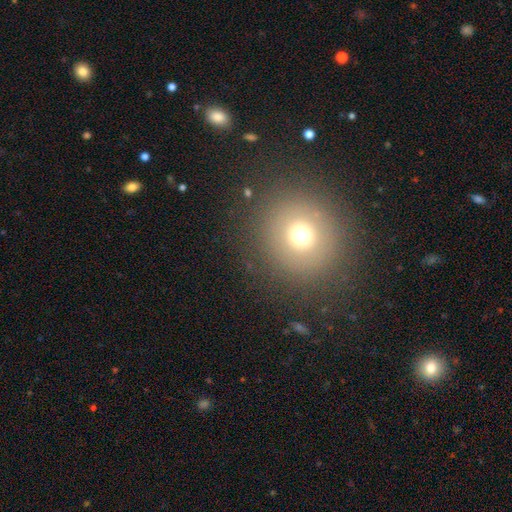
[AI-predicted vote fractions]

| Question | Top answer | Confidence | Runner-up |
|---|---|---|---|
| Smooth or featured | smooth | 65% | star or artifact (23%) |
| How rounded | round | 90% | in between (9%) |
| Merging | none | 89% | minor disturbance (6%) |